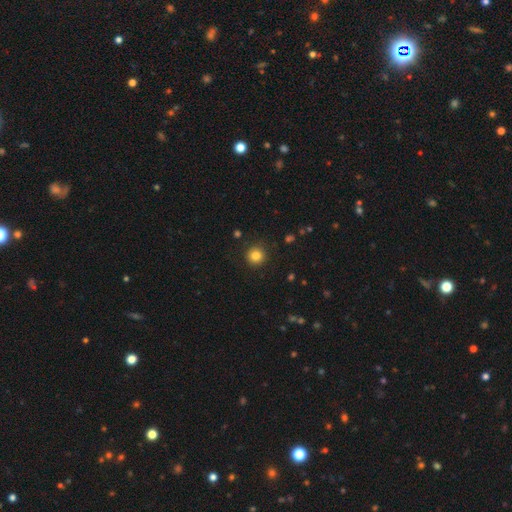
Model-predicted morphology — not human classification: Q: Smooth or featured?
A: smooth (84%); runner-up: star or artifact (11%)
Q: How rounded?
A: round (94%); runner-up: in between (5%)
Q: Merging?
A: none (90%); runner-up: minor disturbance (6%)